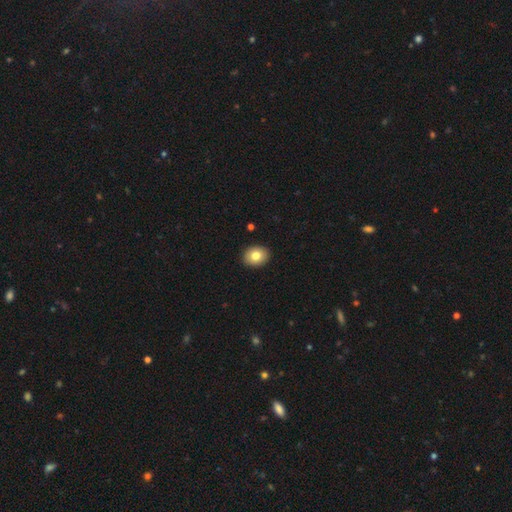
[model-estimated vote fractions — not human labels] Smooth or featured?
  - smooth: 80% *
  - featured or disk: 11%
  - star or artifact: 9%
How rounded?
  - in between: 54% *
  - round: 45%
  - cigar-shaped: 1%
Merging?
  - none: 91% *
  - minor disturbance: 6%
  - major disturbance: 2%
  - merger: 1%